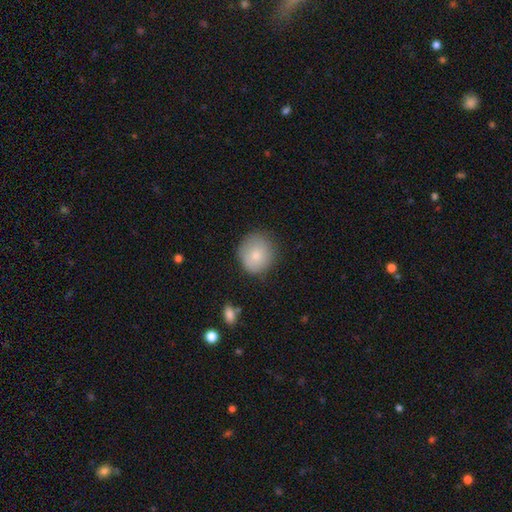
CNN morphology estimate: Smooth or featured? smooth (78%)
How rounded? round (85%)
Merging? none (76%)